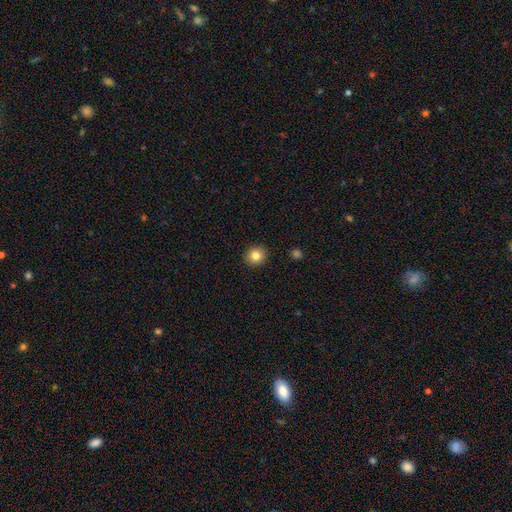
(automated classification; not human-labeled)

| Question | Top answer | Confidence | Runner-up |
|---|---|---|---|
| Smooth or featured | smooth | 83% | star or artifact (10%) |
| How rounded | round | 84% | in between (15%) |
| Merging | none | 92% | minor disturbance (6%) |